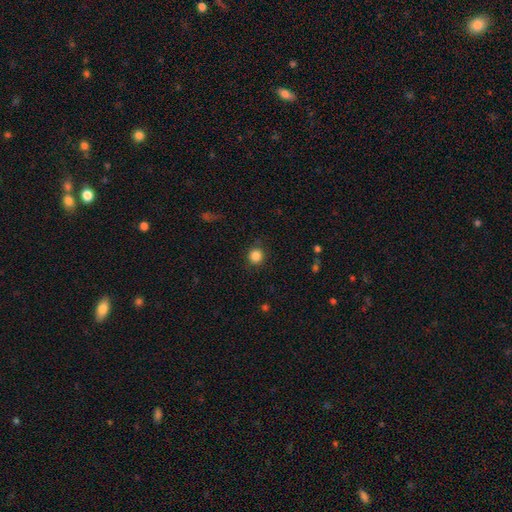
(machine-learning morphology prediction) smooth-or-featured: smooth: 85% | star or artifact: 11% | featured or disk: 4%
  how-rounded: round: 92% | in between: 7% | cigar-shaped: 1%
  merging: none: 88% | minor disturbance: 8% | major disturbance: 3% | merger: 1%